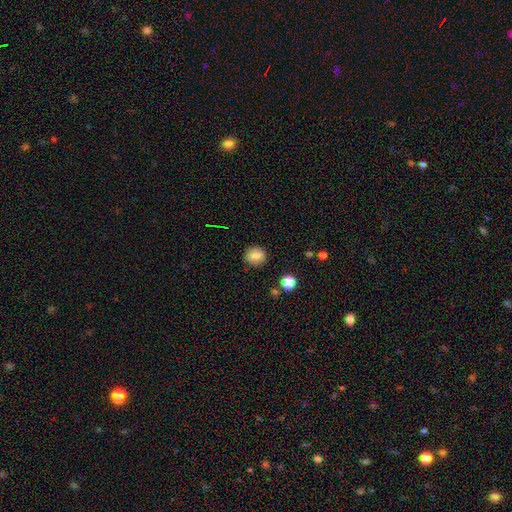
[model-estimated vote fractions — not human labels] A smooth galaxy with no disk features (80%) that is round (82%).

Vote fractions:
- Smooth or featured? smooth: 80% / star or artifact: 10% / featured or disk: 10%
- How rounded? round: 82% / in between: 16% / cigar-shaped: 1%
- Merging? none: 88% / minor disturbance: 9% / major disturbance: 2% / merger: 1%